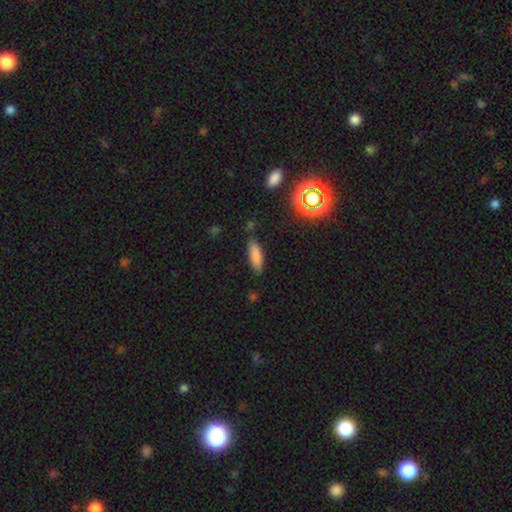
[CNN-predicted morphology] Overall: smooth (82%). How rounded: in between (60%; cigar-shaped 38%). Merging: none (79%).